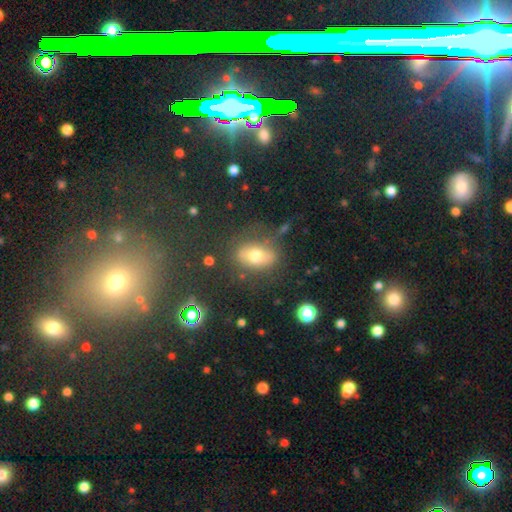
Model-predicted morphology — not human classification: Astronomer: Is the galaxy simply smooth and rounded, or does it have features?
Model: smooth — 62%.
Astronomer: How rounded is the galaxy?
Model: in between — 76%.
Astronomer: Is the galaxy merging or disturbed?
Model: none — 71%.